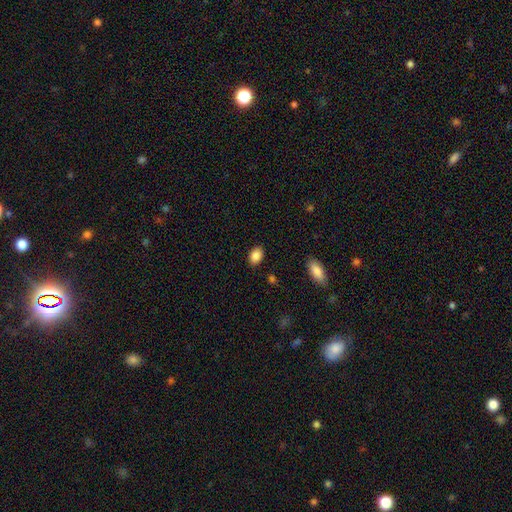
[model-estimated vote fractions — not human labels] smooth 87%, star or artifact 8%, featured or disk 5%. Down the decision tree: how rounded — in between (81%); merging — none (87%).